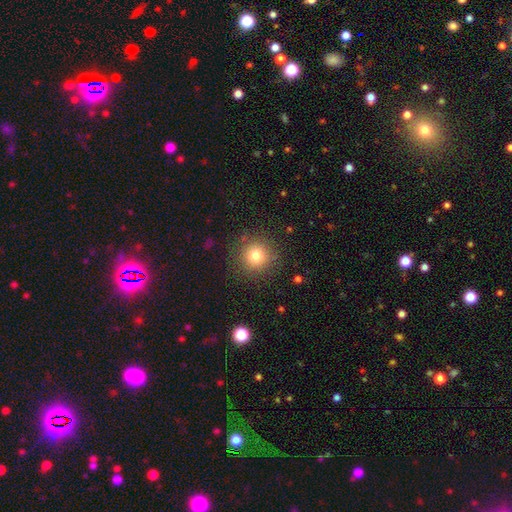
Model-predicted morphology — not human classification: A smooth galaxy with no disk features (78%) that is round (94%).

Vote fractions:
- Smooth or featured? smooth: 78% / star or artifact: 14% / featured or disk: 8%
- How rounded? round: 94% / in between: 5% / cigar-shaped: 1%
- Merging? none: 88% / minor disturbance: 8% / major disturbance: 3% / merger: 1%